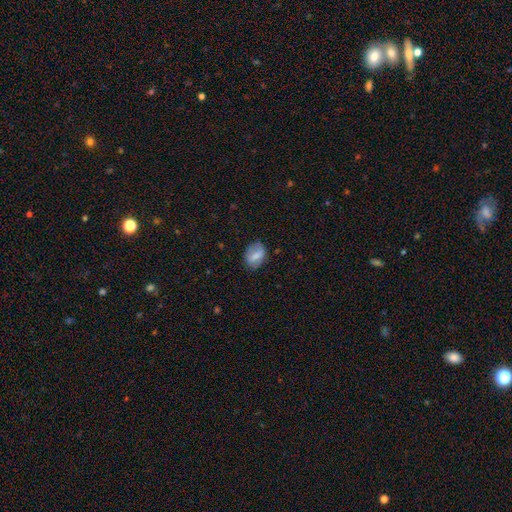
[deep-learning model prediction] Smooth or featured? smooth (70%)
How rounded? in between (77%)
Merging? none (78%)